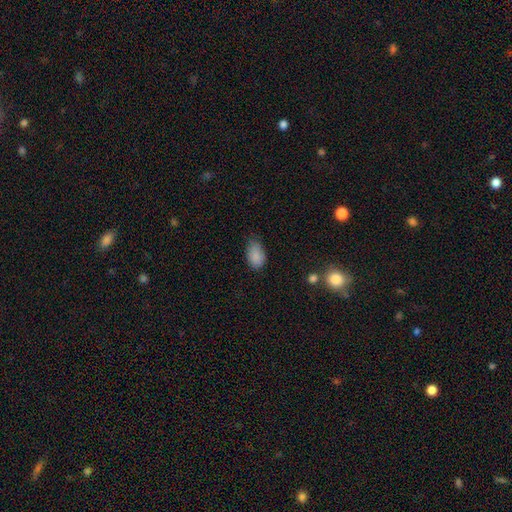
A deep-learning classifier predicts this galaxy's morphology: smooth 86%, star or artifact 9%, featured or disk 5%. Down the decision tree: how rounded — in between (89%); merging — none (56%).